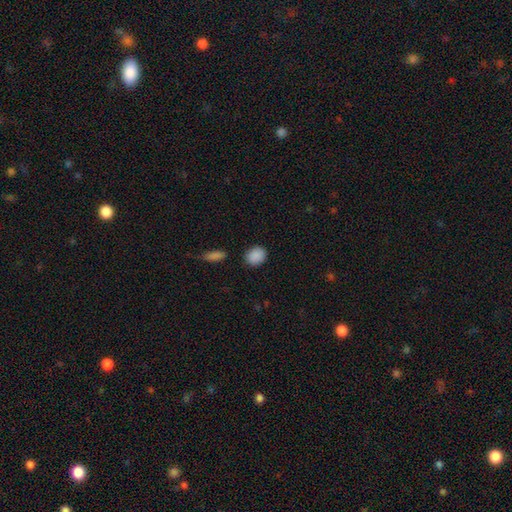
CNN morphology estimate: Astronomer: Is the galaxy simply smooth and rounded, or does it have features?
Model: smooth — 89%.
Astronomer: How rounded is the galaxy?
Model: round — 57% (runner-up: in between, 42%).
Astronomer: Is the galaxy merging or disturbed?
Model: none — 84%.